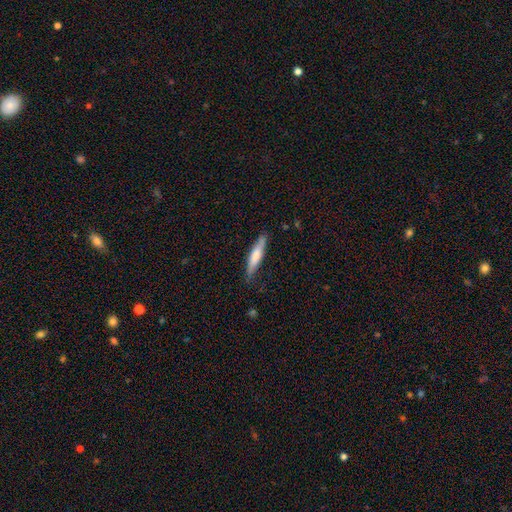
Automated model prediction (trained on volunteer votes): Q: Smooth or featured?
A: smooth (67%); runner-up: featured or disk (27%)
Q: How rounded?
A: cigar-shaped (84%); runner-up: in between (14%)
Q: Merging?
A: none (80%); runner-up: minor disturbance (16%)